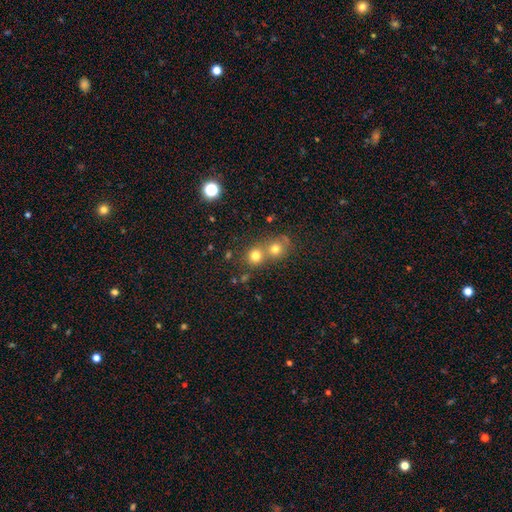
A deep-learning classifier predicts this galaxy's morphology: type=smooth (76%); roundness=round (86%); merging=none (50%).